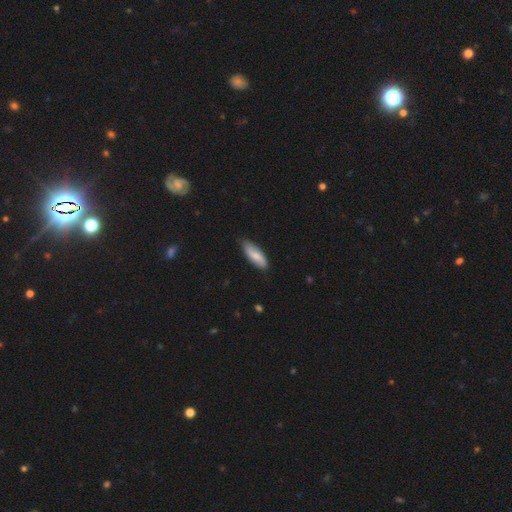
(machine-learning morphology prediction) Smooth or featured: smooth — 70% (featured or disk — 25%)
How rounded: in between — 65% (cigar-shaped — 33%)
Merging: none — 78% (minor disturbance — 18%)